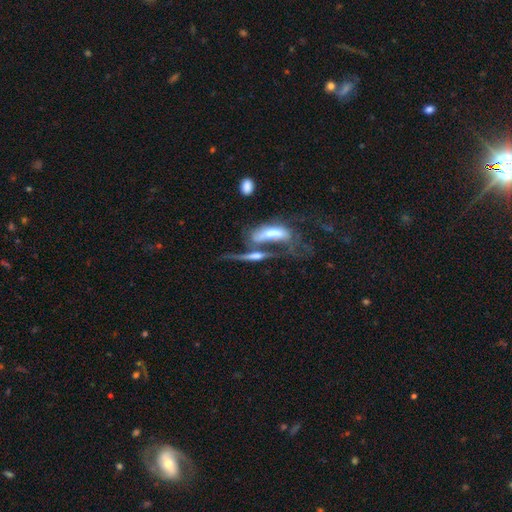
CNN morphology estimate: smooth_or_featured: featured or disk (p=0.60) [alt: smooth p=0.30]
disk_edge_on: yes (p=0.66) [alt: no p=0.34]
merging: merger (p=0.51) [alt: none p=0.24]